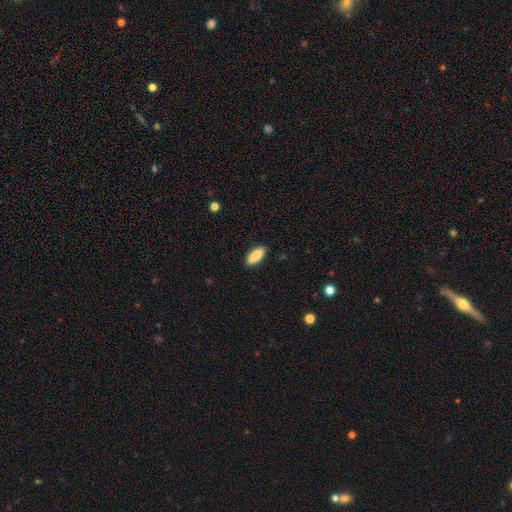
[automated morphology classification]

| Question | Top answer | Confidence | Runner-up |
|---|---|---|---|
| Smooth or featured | smooth | 87% | featured or disk (7%) |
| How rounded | in between | 79% | cigar-shaped (19%) |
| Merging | none | 90% | minor disturbance (8%) |